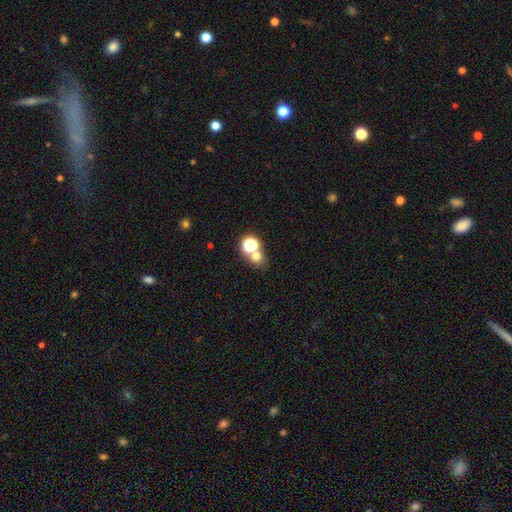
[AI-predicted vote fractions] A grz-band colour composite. It shows a smooth galaxy with no disk features (65%) that is round (76%). Merging: none (53%).